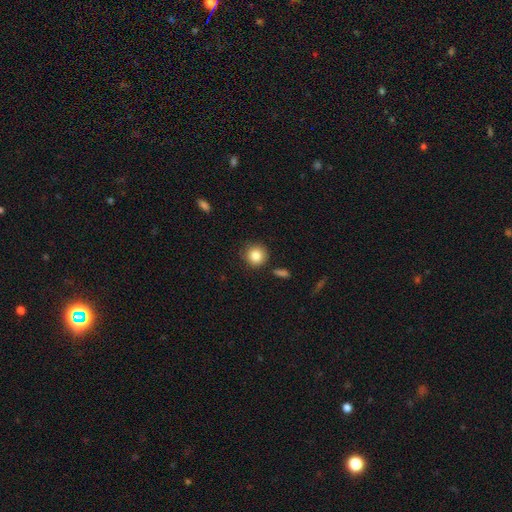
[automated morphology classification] Smooth or featured?
  - smooth: 85% *
  - star or artifact: 9%
  - featured or disk: 6%
How rounded?
  - round: 92% *
  - in between: 7%
  - cigar-shaped: 1%
Merging?
  - none: 84% *
  - minor disturbance: 10%
  - merger: 3%
  - major disturbance: 3%